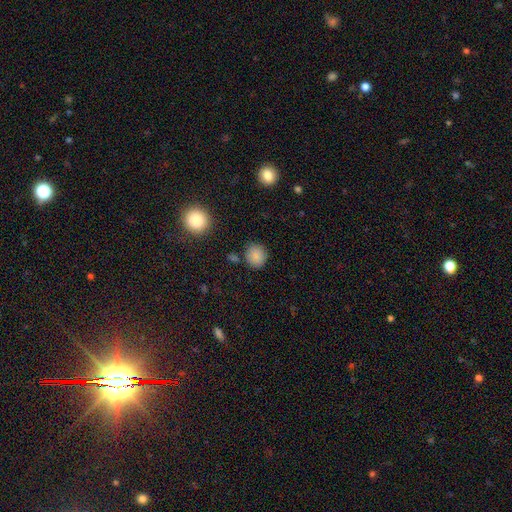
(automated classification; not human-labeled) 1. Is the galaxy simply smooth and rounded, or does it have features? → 86% smooth, 10% star or artifact, 4% featured or disk.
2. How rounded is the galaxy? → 83% round, 16% in between, 1% cigar-shaped.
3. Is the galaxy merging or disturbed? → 81% none, 11% minor disturbance, 4% merger, 3% major disturbance.